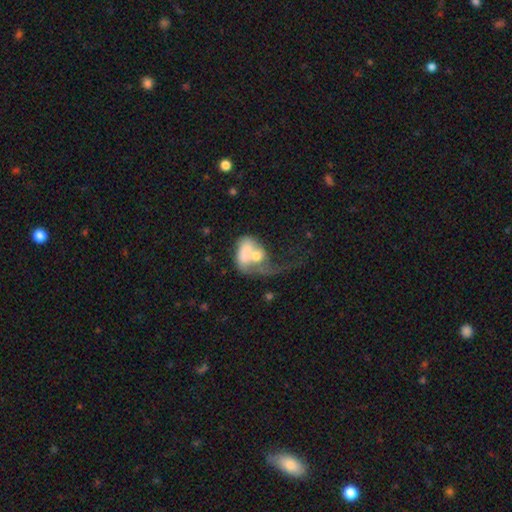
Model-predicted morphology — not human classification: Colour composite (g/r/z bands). It shows a smooth galaxy with no disk features (51%) that is in between round and cigar-shaped (71%). Merging: merger (45%).